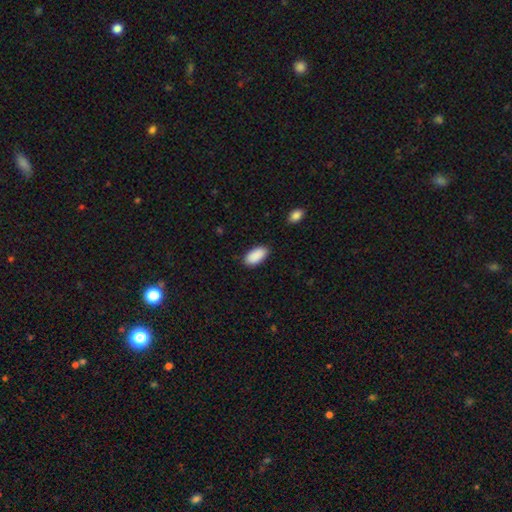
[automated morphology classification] A smooth galaxy with no disk features (91%) that is in between round and cigar-shaped (95%). Merging: none (86%).